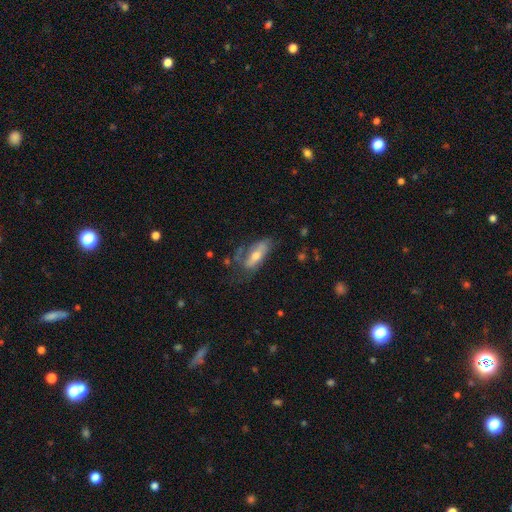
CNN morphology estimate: Smooth or featured: smooth — 47% (featured or disk — 46%)
Merging: none — 44% (minor disturbance — 29%)